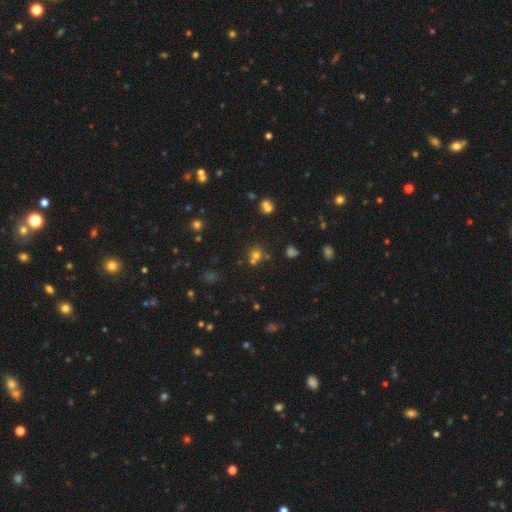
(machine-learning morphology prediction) Overall: smooth (61%; star or artifact 29%). How rounded: round (85%). Merging: none (58%; merger 30%).